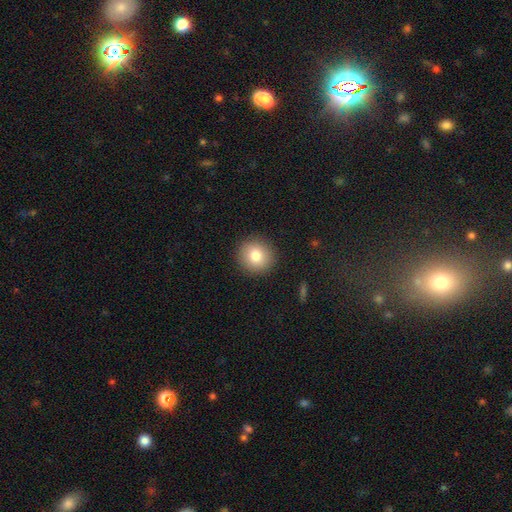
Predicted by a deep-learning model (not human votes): Q: Smooth or featured?
A: smooth (81%); runner-up: featured or disk (10%)
Q: How rounded?
A: round (92%); runner-up: in between (7%)
Q: Merging?
A: none (91%); runner-up: minor disturbance (6%)